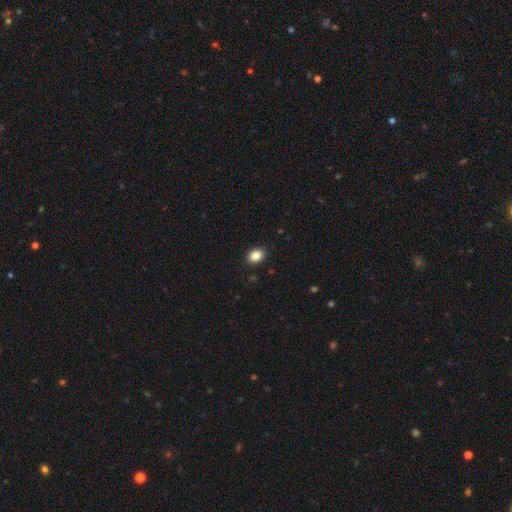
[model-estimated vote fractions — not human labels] Q: Smooth or featured?
A: smooth (87%); runner-up: star or artifact (9%)
Q: How rounded?
A: in between (68%); runner-up: round (31%)
Q: Merging?
A: none (90%); runner-up: minor disturbance (7%)